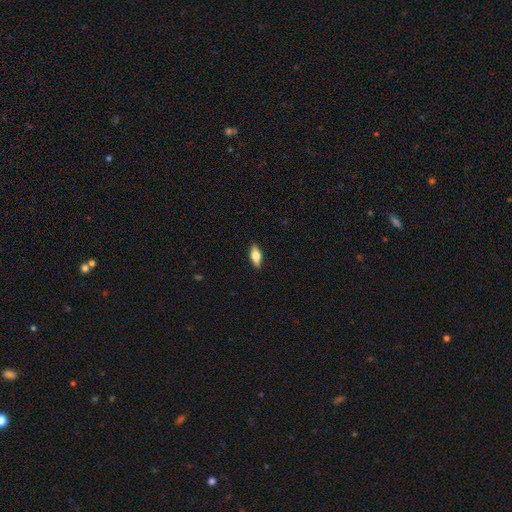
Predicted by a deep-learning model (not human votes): smooth_or_featured: smooth (p=0.63) [alt: featured or disk p=0.30]
how_rounded: in between (p=0.76) [alt: cigar-shaped p=0.20]
merging: none (p=0.89) [alt: minor disturbance p=0.08]